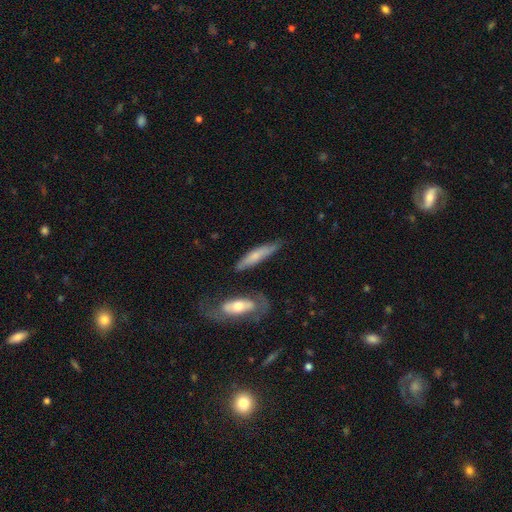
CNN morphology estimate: Smooth or featured? smooth (57%)
How rounded? cigar-shaped (82%)
Merging? none (69%)